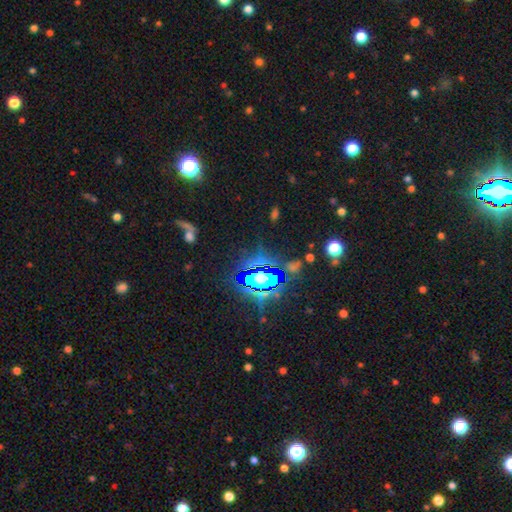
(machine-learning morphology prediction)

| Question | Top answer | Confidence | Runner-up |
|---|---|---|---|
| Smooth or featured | star or artifact | 79% | smooth (13%) |